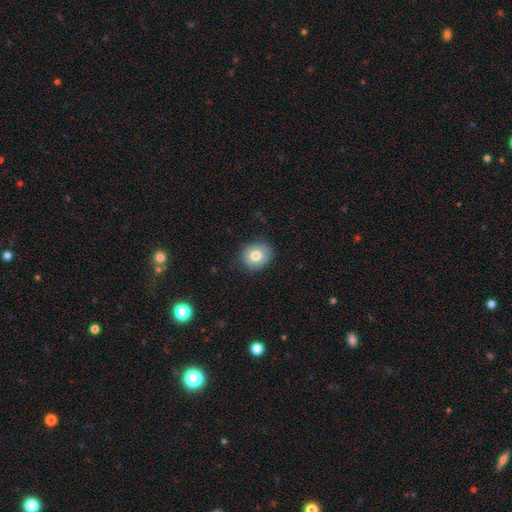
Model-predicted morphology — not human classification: Smooth or featured? smooth (78%)
How rounded? round (66%)
Merging? none (84%)